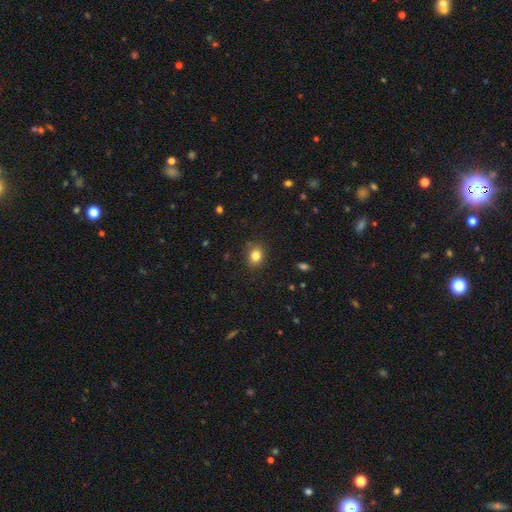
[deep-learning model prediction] Smooth or featured: smooth — 83% (star or artifact — 11%)
How rounded: round — 54% (in between — 45%)
Merging: none — 85% (minor disturbance — 11%)